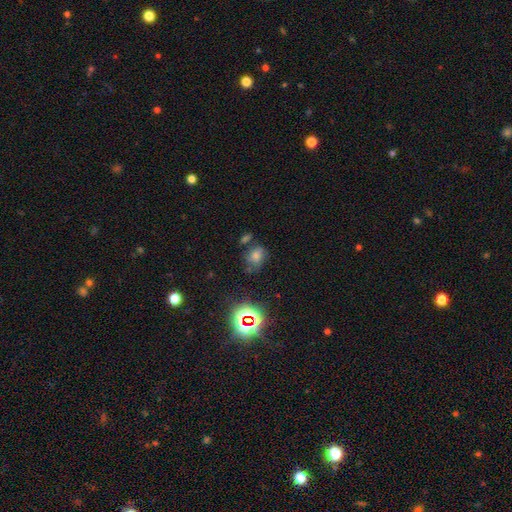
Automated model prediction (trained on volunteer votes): This appears to be a smooth galaxy with no disk features (57%) that is round (51%). Merging: none (59%).